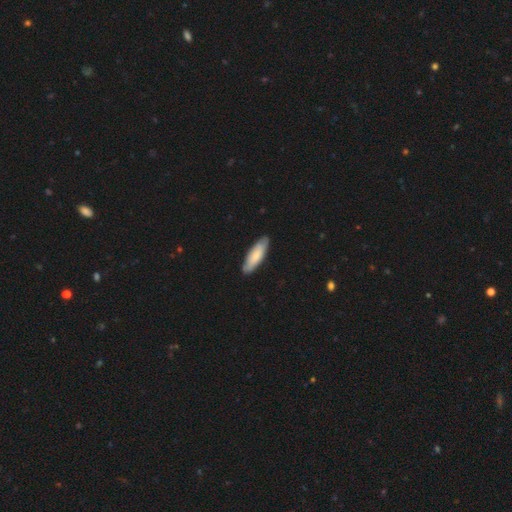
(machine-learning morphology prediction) Smooth or featured? smooth (75%)
How rounded? cigar-shaped (51%)
Merging? none (85%)